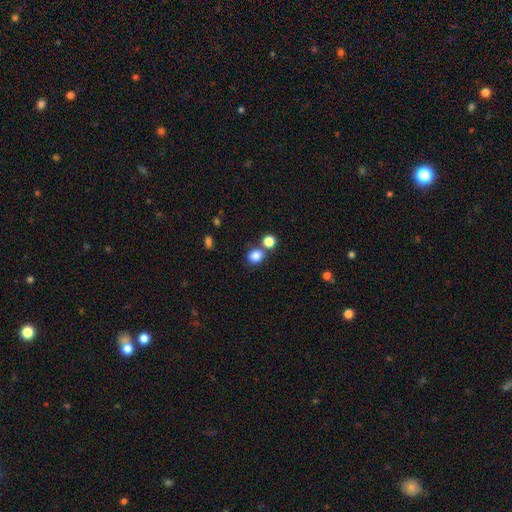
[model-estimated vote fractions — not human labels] smooth 84%, star or artifact 11%, featured or disk 5%. Down the decision tree: how rounded — round (66%); merging — none (62%).